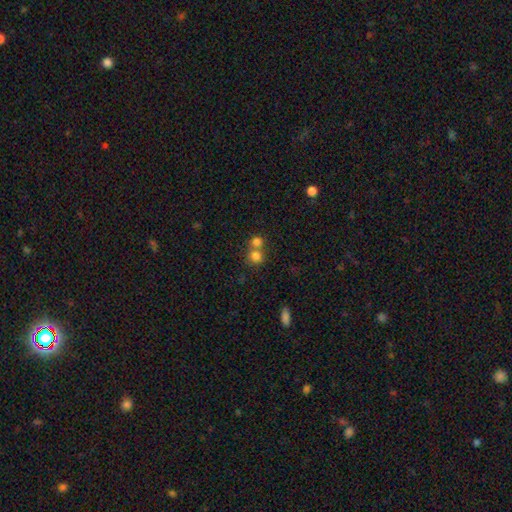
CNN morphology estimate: Smooth or featured? Predicted: smooth (p=0.79). How rounded? Predicted: round (p=0.83). Merging? Predicted: merger (p=0.50).